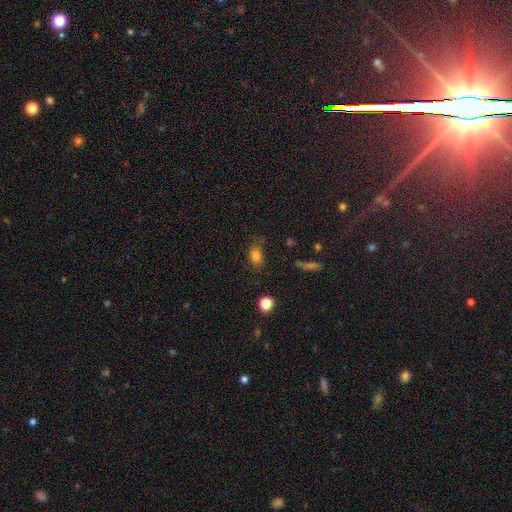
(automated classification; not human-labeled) Smooth or featured: smooth — 80% (star or artifact — 12%)
How rounded: in between — 73% (round — 24%)
Merging: none — 69% (minor disturbance — 21%)